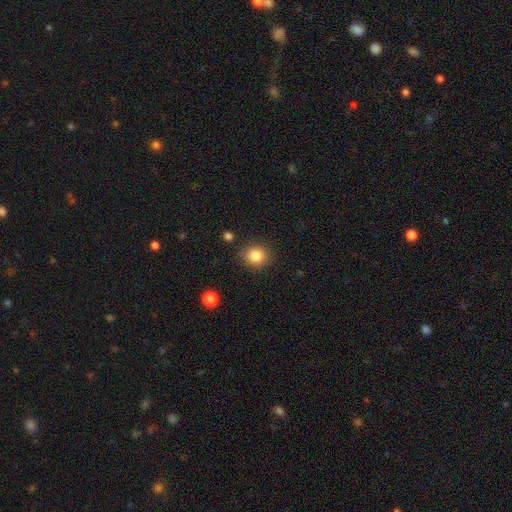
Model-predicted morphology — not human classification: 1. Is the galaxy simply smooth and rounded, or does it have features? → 84% smooth, 10% star or artifact, 6% featured or disk.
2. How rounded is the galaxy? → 80% round, 19% in between, 1% cigar-shaped.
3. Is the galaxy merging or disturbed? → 85% none, 10% minor disturbance, 3% major disturbance, 2% merger.